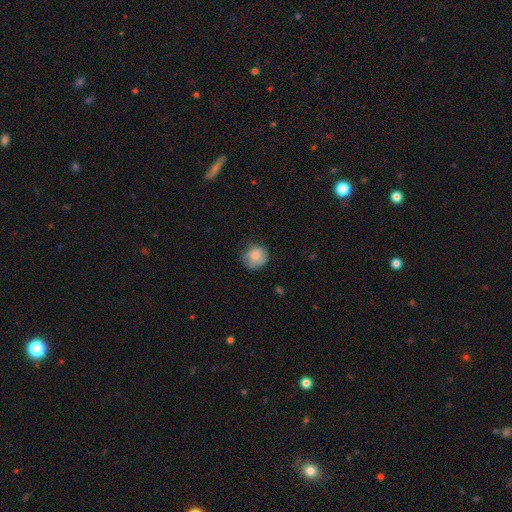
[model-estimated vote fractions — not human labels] Smooth or featured?
  - smooth: 82% *
  - featured or disk: 10%
  - star or artifact: 8%
How rounded?
  - round: 87% *
  - in between: 12%
  - cigar-shaped: 1%
Merging?
  - none: 67% *
  - minor disturbance: 25%
  - major disturbance: 7%
  - merger: 1%